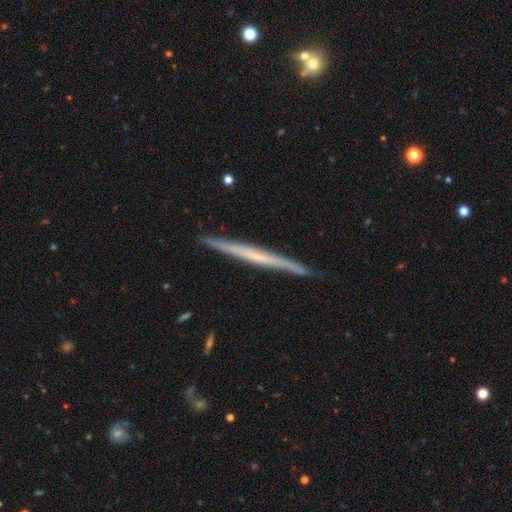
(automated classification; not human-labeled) Overall: featured or disk (64%; smooth 30%). Edge-on disk: yes (97%). Edge-on bulge: none (78%). Merging: none (91%).